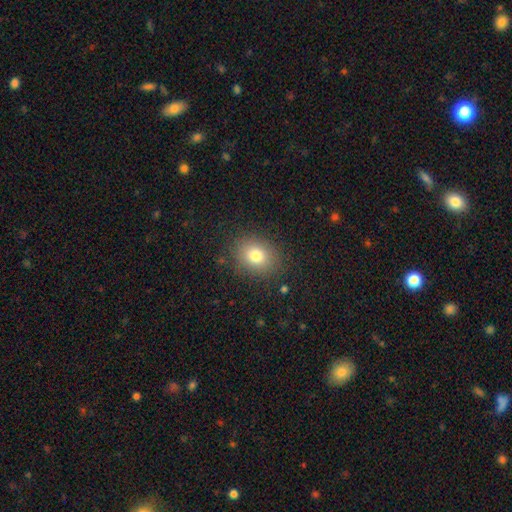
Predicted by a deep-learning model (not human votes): This appears to be a smooth galaxy with no disk features (78%) that is in between round and cigar-shaped (50%). Merging: none (85%).